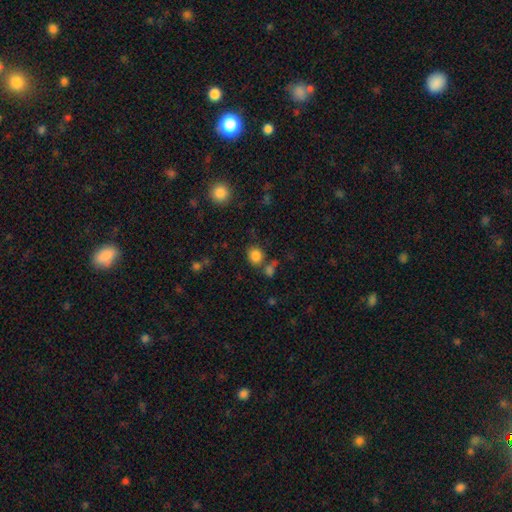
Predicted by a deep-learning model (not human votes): smooth-or-featured: smooth: 84% | star or artifact: 11% | featured or disk: 5%
  how-rounded: round: 69% | in between: 30% | cigar-shaped: 1%
  merging: none: 70% | merger: 15% | minor disturbance: 11% | major disturbance: 4%